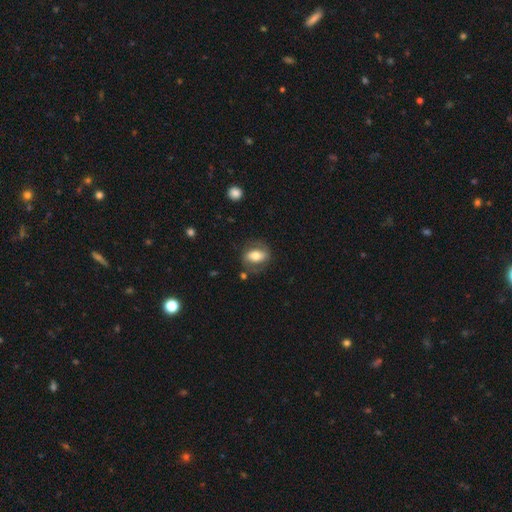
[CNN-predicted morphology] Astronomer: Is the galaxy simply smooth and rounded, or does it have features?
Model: smooth — 50% (runner-up: featured or disk, 43%).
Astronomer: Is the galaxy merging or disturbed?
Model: none — 70%.